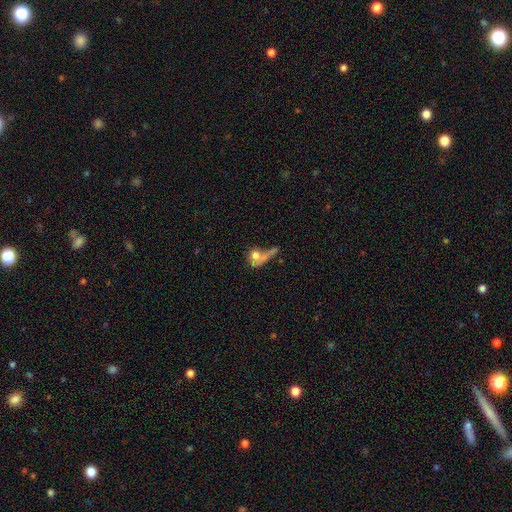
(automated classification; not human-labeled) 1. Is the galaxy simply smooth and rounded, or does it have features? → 59% smooth, 28% featured or disk, 13% star or artifact.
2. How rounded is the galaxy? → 52% round, 39% in between, 9% cigar-shaped.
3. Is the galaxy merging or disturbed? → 34% merger, 27% major disturbance, 26% none, 13% minor disturbance.